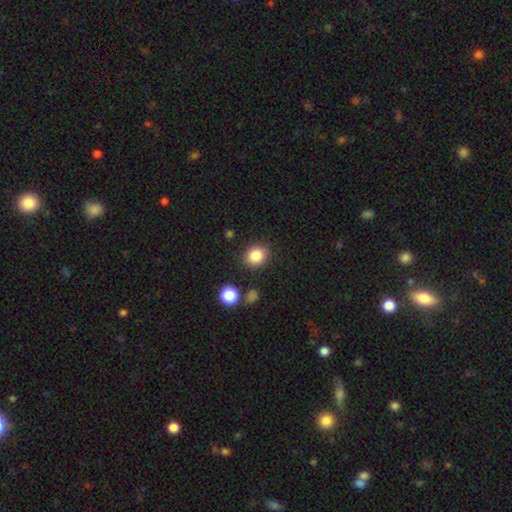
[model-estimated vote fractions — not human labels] Smooth or featured? smooth (84%)
How rounded? round (67%)
Merging? none (85%)